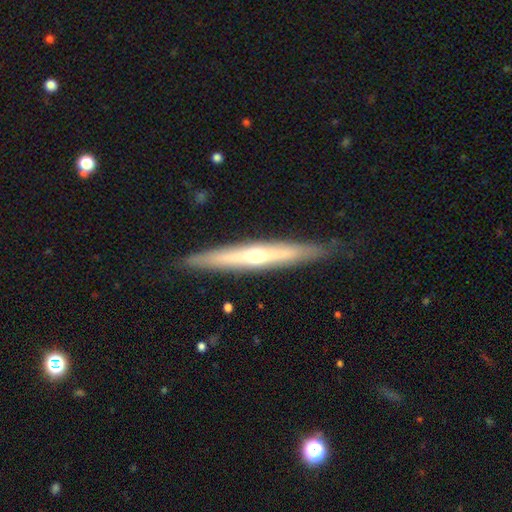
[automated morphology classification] featured or disk 66%, smooth 29%, star or artifact 6%. Down the decision tree: edge-on disk — yes (93%); edge-on bulge — rounded (79%); merging — none (87%).